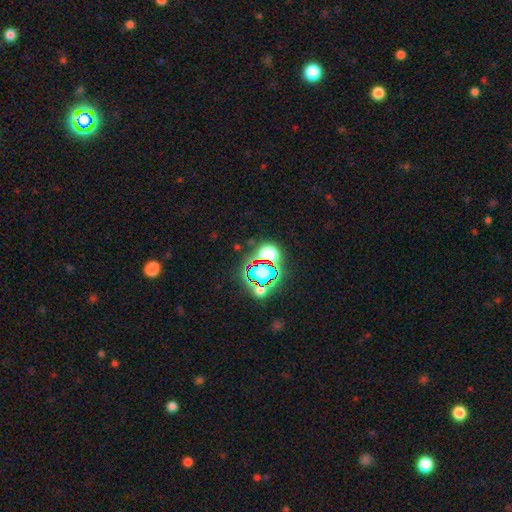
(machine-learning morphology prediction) Smooth or featured: star or artifact — 79% (smooth — 13%)